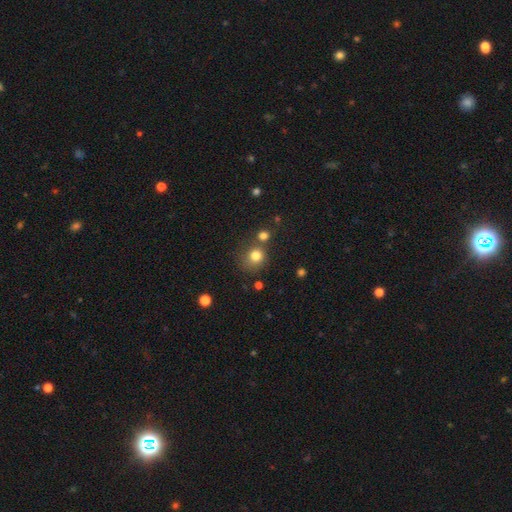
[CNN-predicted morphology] Q: Smooth or featured?
A: smooth (79%); runner-up: star or artifact (13%)
Q: How rounded?
A: round (85%); runner-up: in between (14%)
Q: Merging?
A: none (63%); runner-up: merger (18%)